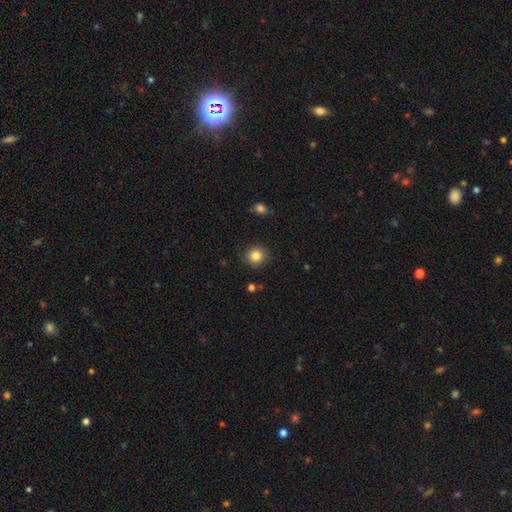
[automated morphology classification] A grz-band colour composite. It shows a smooth galaxy with no disk features (85%) that is round (91%). Merging: none (89%).